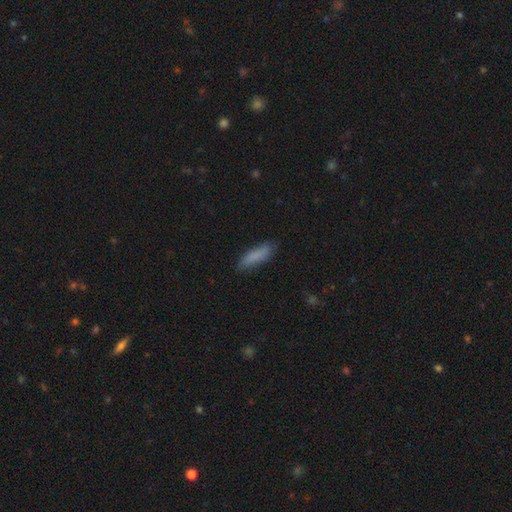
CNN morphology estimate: Smooth or featured: smooth — 82% (featured or disk — 10%)
How rounded: cigar-shaped — 63% (in between — 35%)
Merging: none — 77% (minor disturbance — 18%)